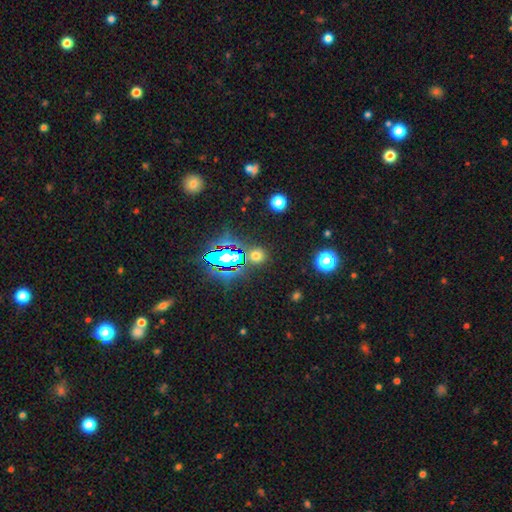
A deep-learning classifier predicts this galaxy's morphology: Q: Smooth or featured?
A: smooth (54%); runner-up: star or artifact (39%)
Q: How rounded?
A: round (86%); runner-up: in between (13%)
Q: Merging?
A: none (84%); runner-up: minor disturbance (8%)